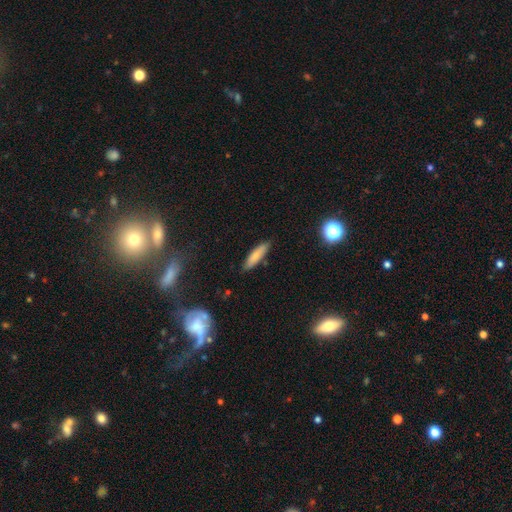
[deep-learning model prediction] Smooth or featured? Predicted: smooth (p=0.77). How rounded? Predicted: cigar-shaped (p=0.71). Merging? Predicted: none (p=0.83).